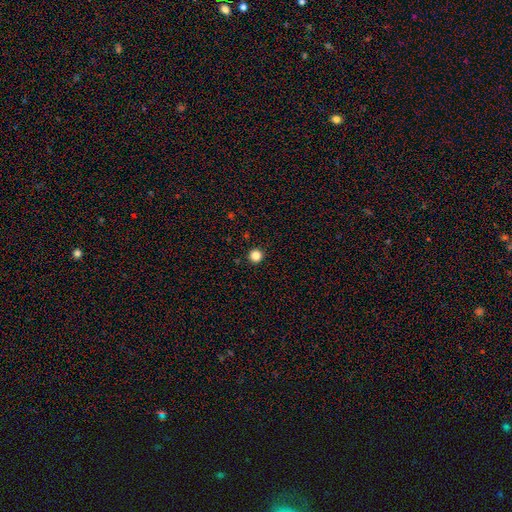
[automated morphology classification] The model was most divided on "smooth or featured": smooth: 85%, star or artifact: 12%, featured or disk: 3%. More confident: how rounded — round (96%); merging — none (94%).